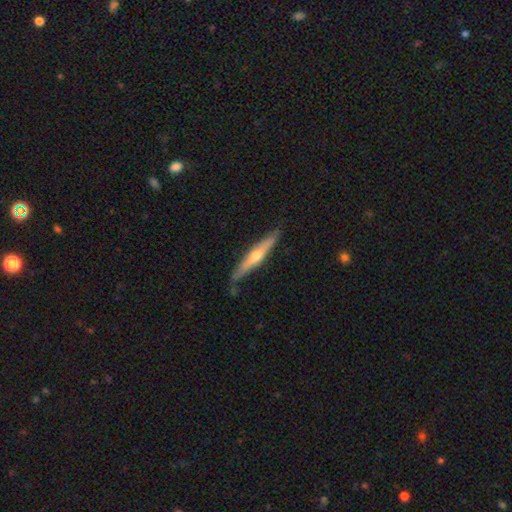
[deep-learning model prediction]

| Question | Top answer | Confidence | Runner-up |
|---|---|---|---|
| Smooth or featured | featured or disk | 64% | smooth (31%) |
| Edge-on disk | yes | 96% | no (4%) |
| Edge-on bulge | rounded | 85% | none (11%) |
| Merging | none | 84% | minor disturbance (12%) |